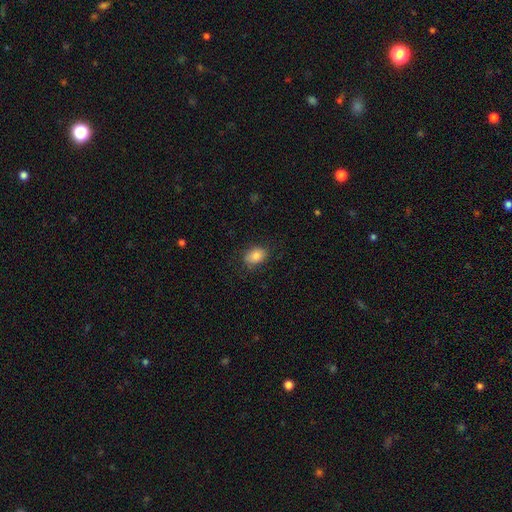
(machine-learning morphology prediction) Smooth or featured?
  - smooth: 85% *
  - star or artifact: 8%
  - featured or disk: 7%
How rounded?
  - in between: 80% *
  - round: 19%
  - cigar-shaped: 1%
Merging?
  - none: 76% *
  - minor disturbance: 18%
  - major disturbance: 6%
  - merger: 1%